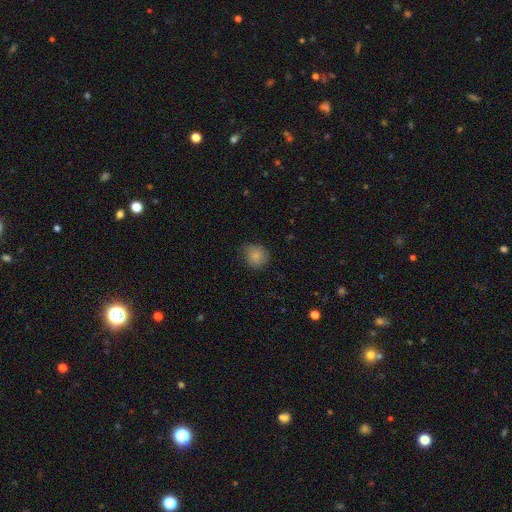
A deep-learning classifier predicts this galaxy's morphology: Smooth or featured: smooth — 83% (star or artifact — 10%)
How rounded: round — 84% (in between — 16%)
Merging: none — 72% (minor disturbance — 22%)